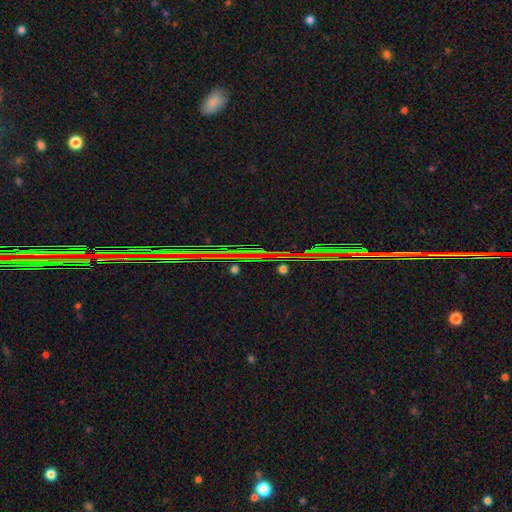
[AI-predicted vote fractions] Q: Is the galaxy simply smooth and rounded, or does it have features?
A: star or artifact — 85%.